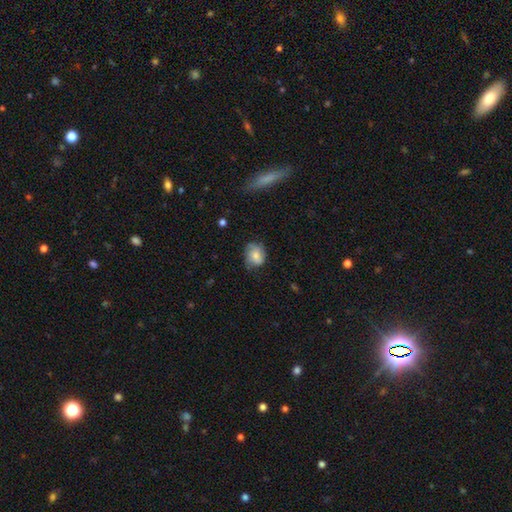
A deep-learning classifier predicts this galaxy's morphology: Smooth or featured?
  - smooth: 63% *
  - featured or disk: 29%
  - star or artifact: 8%
How rounded?
  - round: 60% *
  - in between: 39%
  - cigar-shaped: 1%
Merging?
  - none: 60% *
  - minor disturbance: 29%
  - major disturbance: 9%
  - merger: 1%